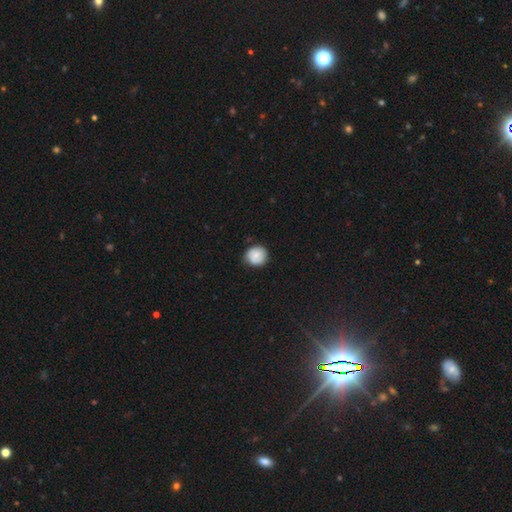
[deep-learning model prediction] Morphology: type=smooth (76%); roundness=round (90%); merging=none (80%).